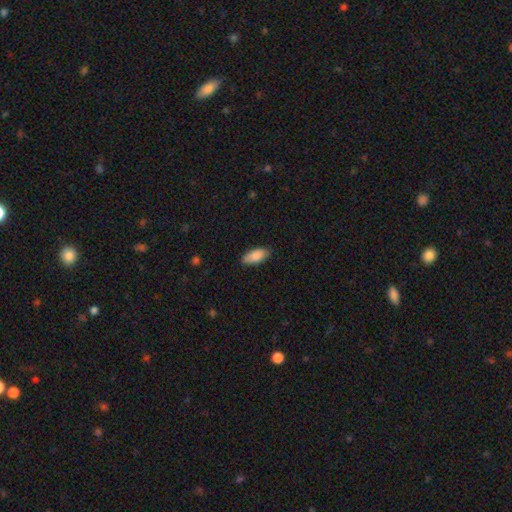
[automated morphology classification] Q: Smooth or featured?
A: smooth (88%); runner-up: star or artifact (6%)
Q: How rounded?
A: in between (85%); runner-up: cigar-shaped (13%)
Q: Merging?
A: none (86%); runner-up: minor disturbance (11%)